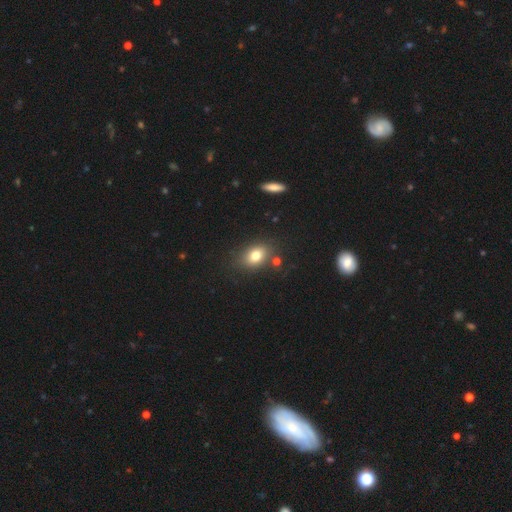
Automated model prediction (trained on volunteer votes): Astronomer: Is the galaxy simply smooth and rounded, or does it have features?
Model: smooth — 78%.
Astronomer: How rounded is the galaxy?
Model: in between — 72%.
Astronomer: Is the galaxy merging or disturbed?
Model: none — 78%.